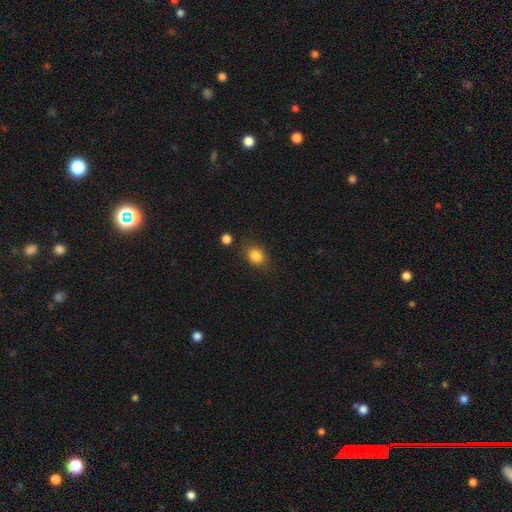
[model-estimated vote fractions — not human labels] Morphology: type=smooth (85%); roundness=in between (54%); merging=none (78%).